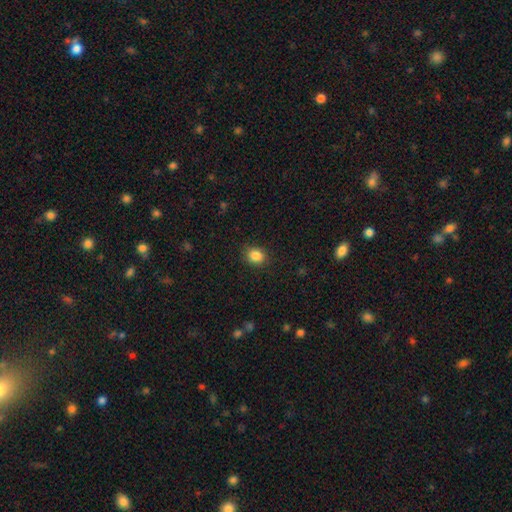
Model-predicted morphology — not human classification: smooth-or-featured: smooth: 86% | star or artifact: 10% | featured or disk: 4%
  how-rounded: round: 65% | in between: 34% | cigar-shaped: 1%
  merging: none: 87% | minor disturbance: 10% | major disturbance: 3% | merger: 1%